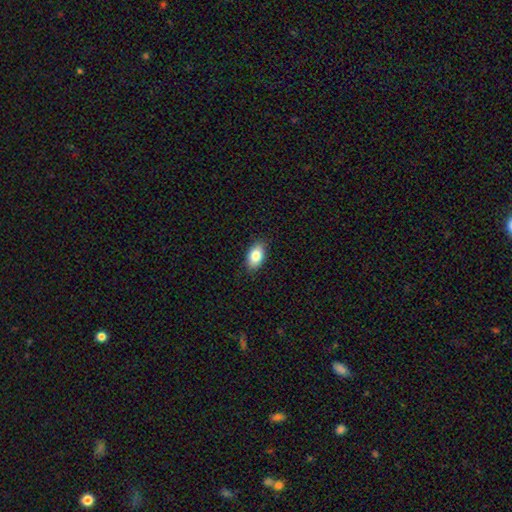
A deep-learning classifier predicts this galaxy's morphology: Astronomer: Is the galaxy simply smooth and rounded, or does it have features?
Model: smooth — 83%.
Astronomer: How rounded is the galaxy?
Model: in between — 91%.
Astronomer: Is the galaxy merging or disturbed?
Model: none — 88%.